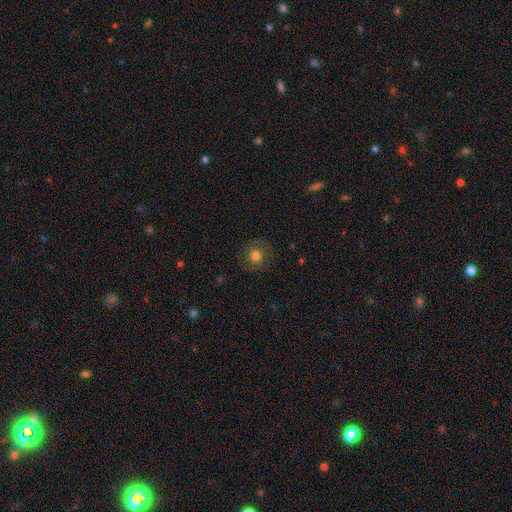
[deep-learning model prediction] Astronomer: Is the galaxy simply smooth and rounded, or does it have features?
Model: smooth — 65%.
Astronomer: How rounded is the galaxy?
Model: round — 90%.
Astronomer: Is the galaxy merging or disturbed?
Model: none — 83%.